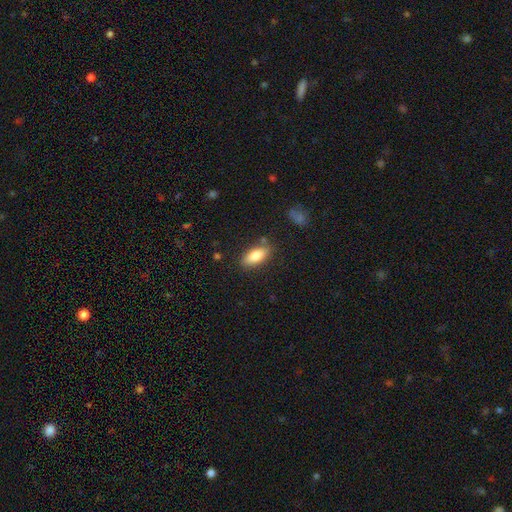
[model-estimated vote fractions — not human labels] Morphology: type=smooth (84%); roundness=in between (86%); merging=none (82%).